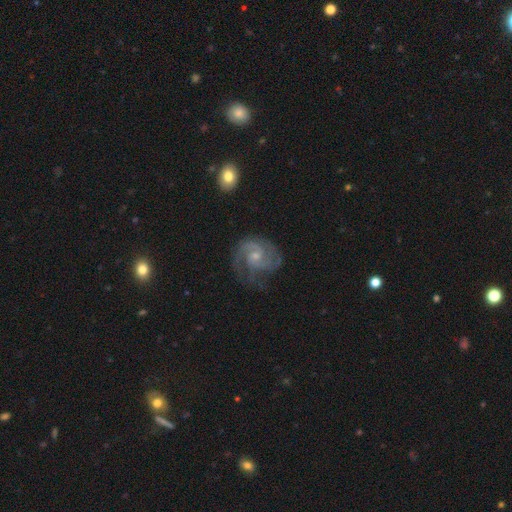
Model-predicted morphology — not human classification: A featured or disk galaxy (89%) with no bar (60%), 2 (63%) medium (48%) spiral arms (98%) and a small central bulge (62%). Merging: none (67%).